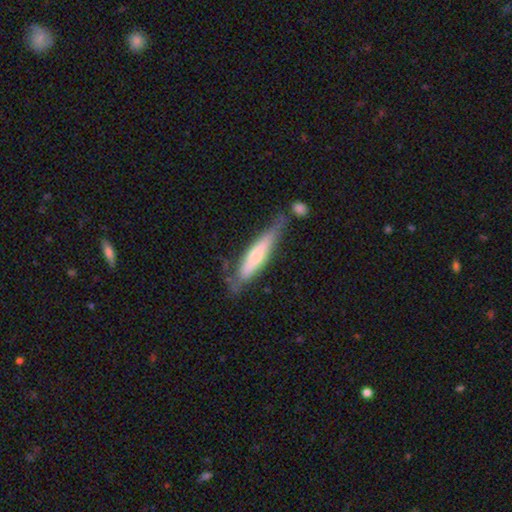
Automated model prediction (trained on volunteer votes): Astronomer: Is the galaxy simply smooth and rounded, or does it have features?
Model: smooth — 53% (runner-up: featured or disk, 41%).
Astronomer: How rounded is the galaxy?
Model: cigar-shaped — 86%.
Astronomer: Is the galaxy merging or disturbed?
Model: none — 54%.